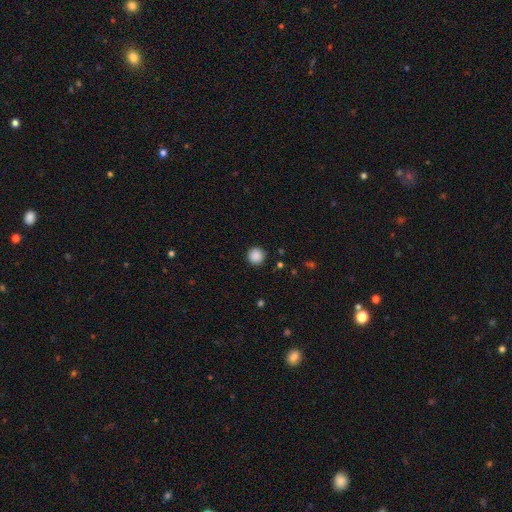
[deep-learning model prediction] This is clearly a smooth galaxy (88%). How rounded: clearly round (94%). Merging: clearly none (90%).